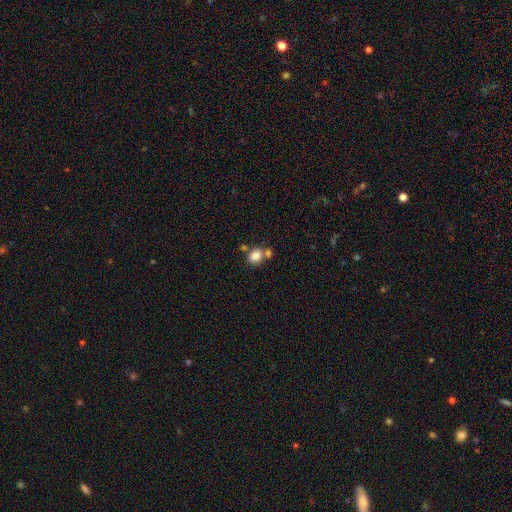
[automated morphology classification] A smooth galaxy with no disk features (83%) that is in between round and cigar-shaped (50%).

Vote fractions:
- Smooth or featured? smooth: 83% / star or artifact: 10% / featured or disk: 7%
- How rounded? in between: 50% / round: 49% / cigar-shaped: 1%
- Merging? none: 51% / merger: 34% / minor disturbance: 11% / major disturbance: 5%